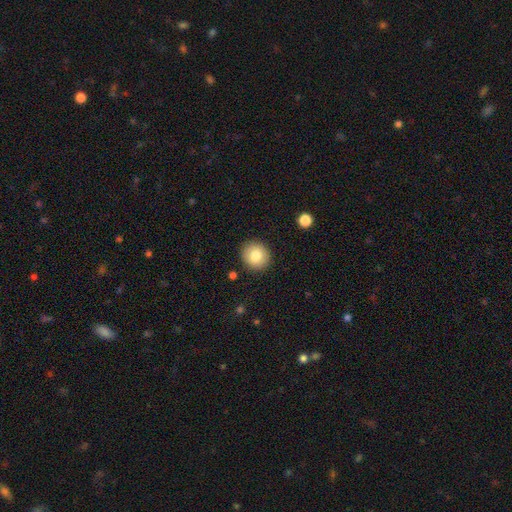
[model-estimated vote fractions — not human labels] smooth-or-featured: smooth: 81% | featured or disk: 10% | star or artifact: 9%
  how-rounded: round: 89% | in between: 10% | cigar-shaped: 1%
  merging: none: 90% | minor disturbance: 6% | major disturbance: 2% | merger: 1%